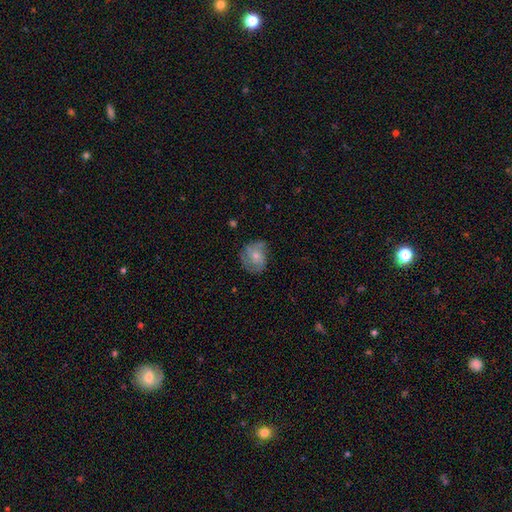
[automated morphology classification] featured or disk 49%, smooth 44%, star or artifact 7%. Down the decision tree: merging — none (62%).